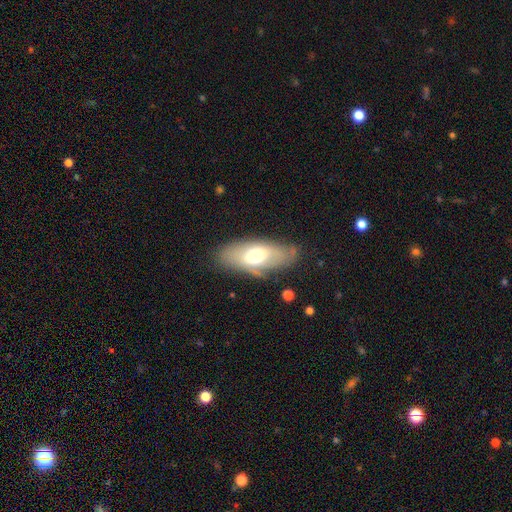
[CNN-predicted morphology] smooth_or_featured: smooth (p=0.56) [alt: featured or disk p=0.36]
how_rounded: in between (p=0.85) [alt: cigar-shaped p=0.12]
merging: none (p=0.67) [alt: minor disturbance p=0.22]